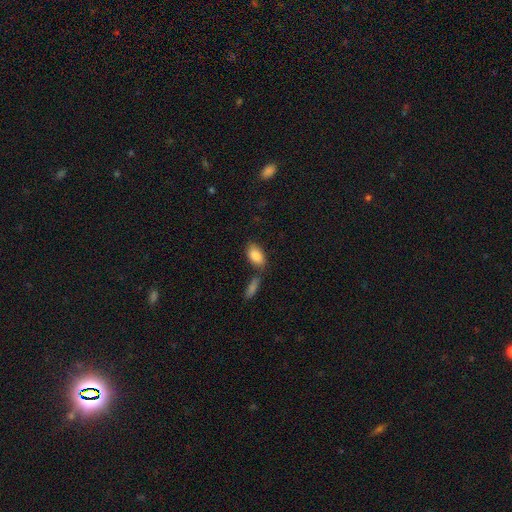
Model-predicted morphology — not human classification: Smooth or featured? smooth (86%)
How rounded? in between (92%)
Merging? none (62%)